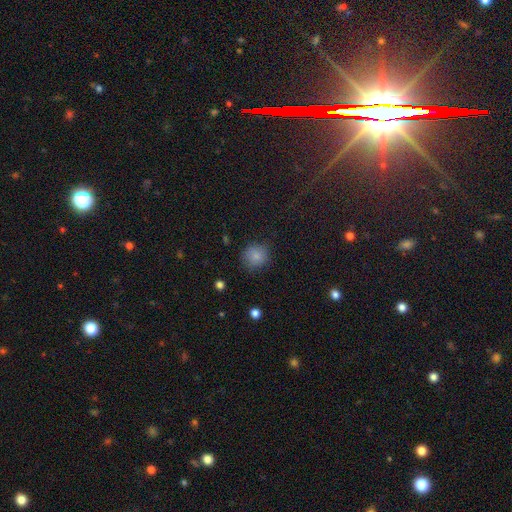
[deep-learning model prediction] Q: Smooth or featured?
A: smooth (84%); runner-up: star or artifact (11%)
Q: How rounded?
A: round (88%); runner-up: in between (11%)
Q: Merging?
A: none (82%); runner-up: minor disturbance (13%)